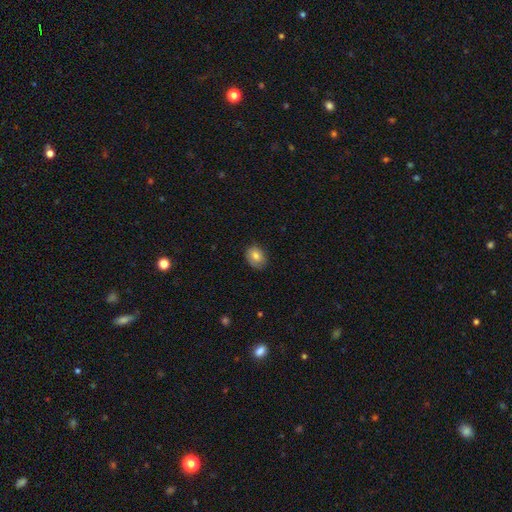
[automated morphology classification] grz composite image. It shows a smooth galaxy with no disk features (77%) that is in between round and cigar-shaped (58%). Merging: none (77%).